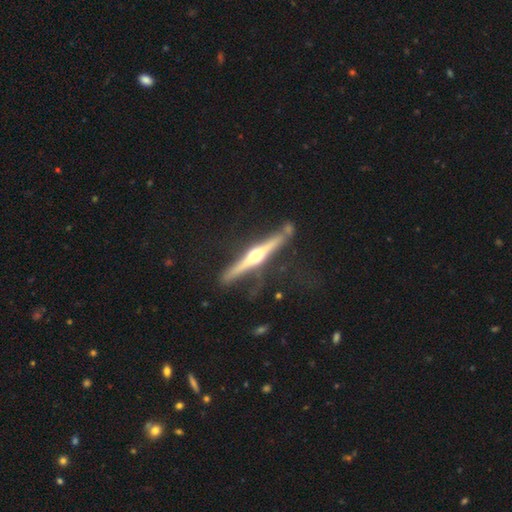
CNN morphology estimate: Smooth or featured? featured or disk (81%)
Edge-on disk? yes (98%)
Edge-on bulge? rounded (93%)
Merging? none (70%)